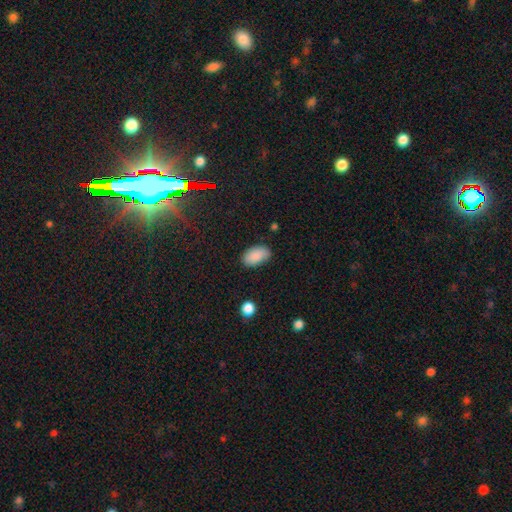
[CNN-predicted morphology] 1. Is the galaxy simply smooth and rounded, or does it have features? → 89% smooth, 7% star or artifact, 4% featured or disk.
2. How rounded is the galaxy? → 94% in between, 4% round, 2% cigar-shaped.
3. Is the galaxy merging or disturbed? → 79% none, 16% minor disturbance, 3% major disturbance, 2% merger.